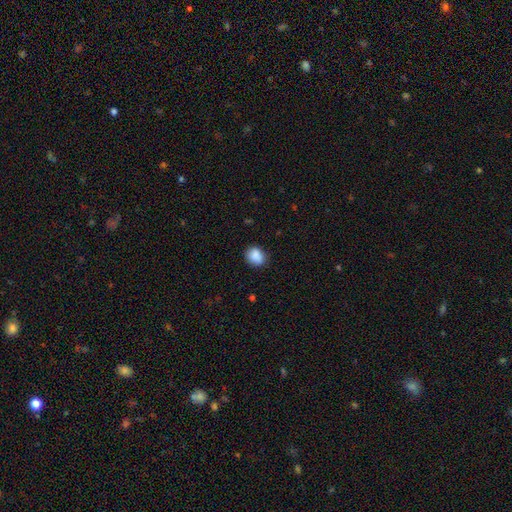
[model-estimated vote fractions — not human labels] smooth 87%, star or artifact 8%, featured or disk 5%. Down the decision tree: how rounded — round (59%); merging — none (80%).